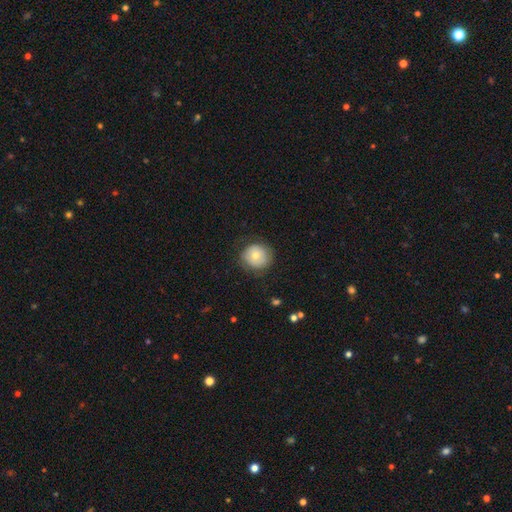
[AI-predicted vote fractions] This appears to be a smooth galaxy with no disk features (71%) that is round (89%). Merging: none (78%).